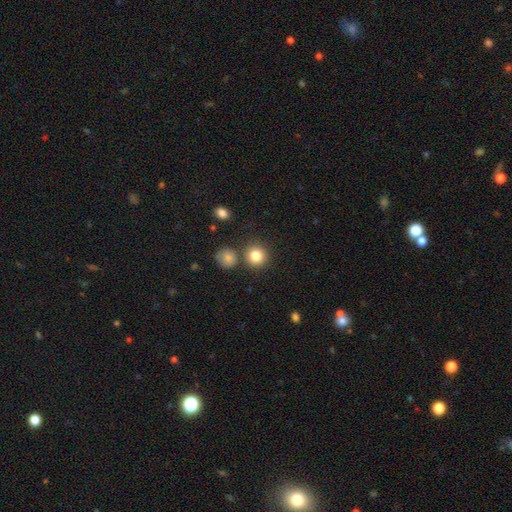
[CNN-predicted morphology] Q: Smooth or featured?
A: smooth (83%); runner-up: star or artifact (11%)
Q: How rounded?
A: round (92%); runner-up: in between (7%)
Q: Merging?
A: none (79%); runner-up: merger (10%)